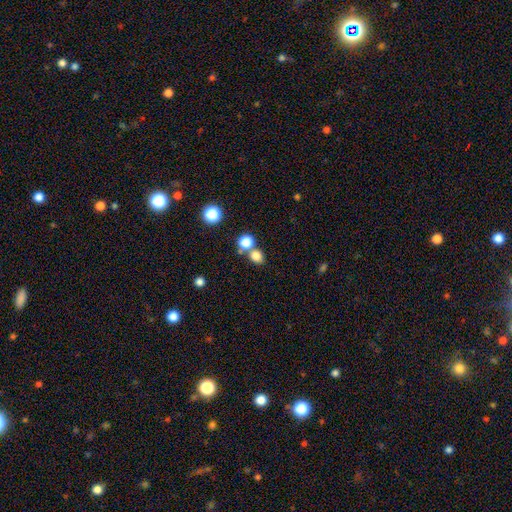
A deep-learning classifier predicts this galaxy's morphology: smooth 80%, star or artifact 14%, featured or disk 6%. Down the decision tree: how rounded — round (69%); merging — none (57%).